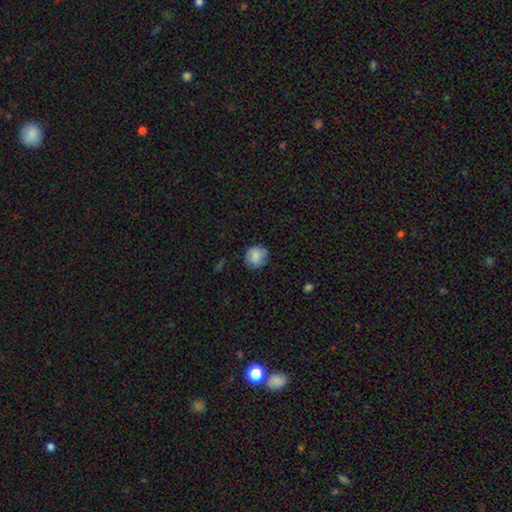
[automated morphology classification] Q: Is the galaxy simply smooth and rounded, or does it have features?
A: smooth — 84%.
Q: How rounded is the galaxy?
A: round — 88%.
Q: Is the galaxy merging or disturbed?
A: none — 81%.